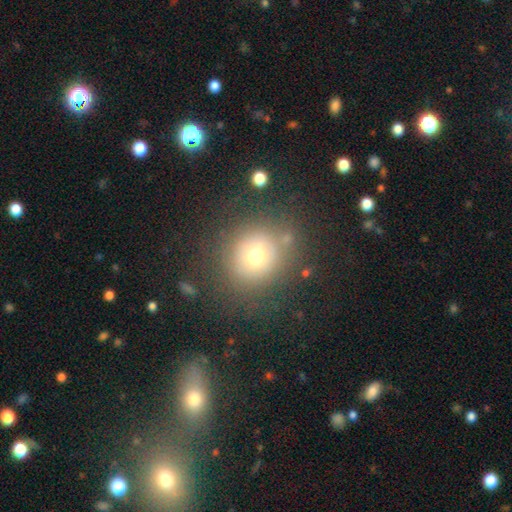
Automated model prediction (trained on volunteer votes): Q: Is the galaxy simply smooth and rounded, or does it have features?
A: smooth — 65%.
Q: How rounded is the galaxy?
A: round — 84%.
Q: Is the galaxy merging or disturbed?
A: none — 77%.